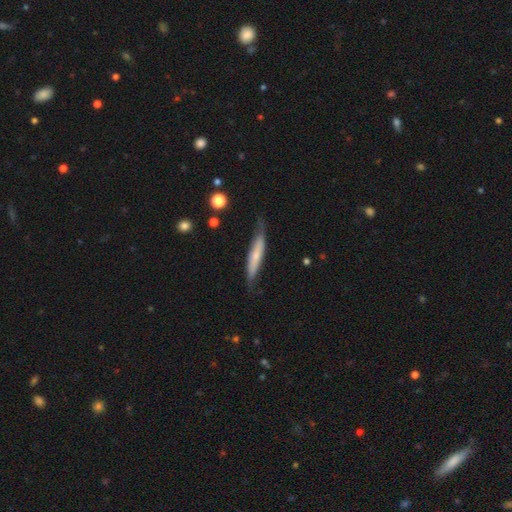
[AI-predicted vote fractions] A smooth galaxy with no disk features (51%) that is cigar-shaped (88%).

Vote fractions:
- Smooth or featured? smooth: 51% / featured or disk: 44% / star or artifact: 6%
- How rounded? cigar-shaped: 88% / in between: 10% / round: 2%
- Merging? none: 65% / minor disturbance: 27% / major disturbance: 6% / merger: 2%